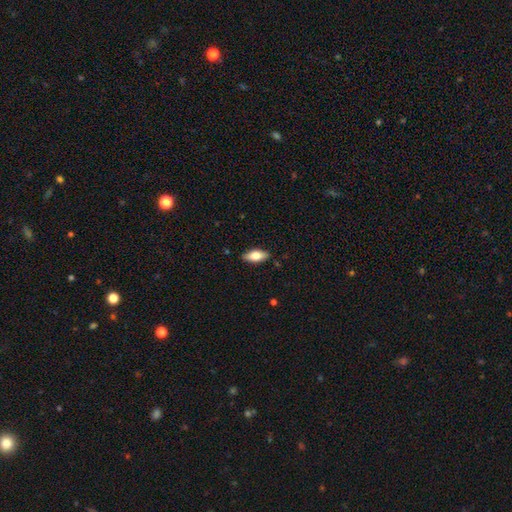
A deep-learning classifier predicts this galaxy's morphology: smooth 70%, featured or disk 24%, star or artifact 6%. Down the decision tree: how rounded — in between (83%); merging — none (86%).